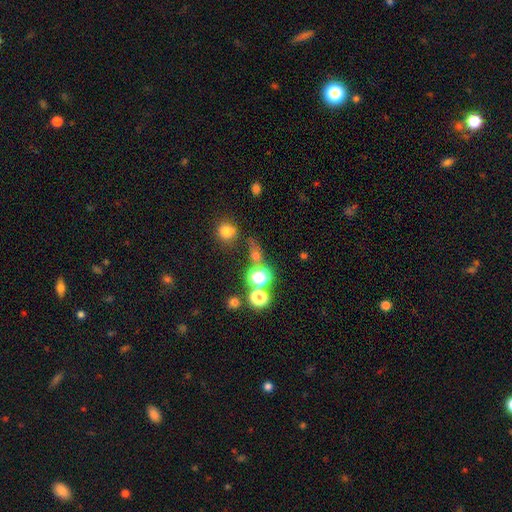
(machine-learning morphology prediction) Smooth or featured?
  - smooth: 55% *
  - star or artifact: 35%
  - featured or disk: 11%
How rounded?
  - round: 74% *
  - in between: 22%
  - cigar-shaped: 4%
Merging?
  - none: 58% *
  - merger: 20%
  - minor disturbance: 13%
  - major disturbance: 9%